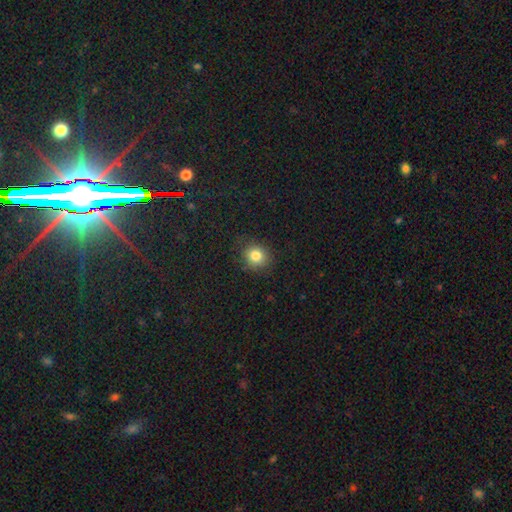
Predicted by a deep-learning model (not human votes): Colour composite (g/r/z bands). It shows a smooth galaxy with no disk features (82%) that is round (81%). Merging: none (84%).